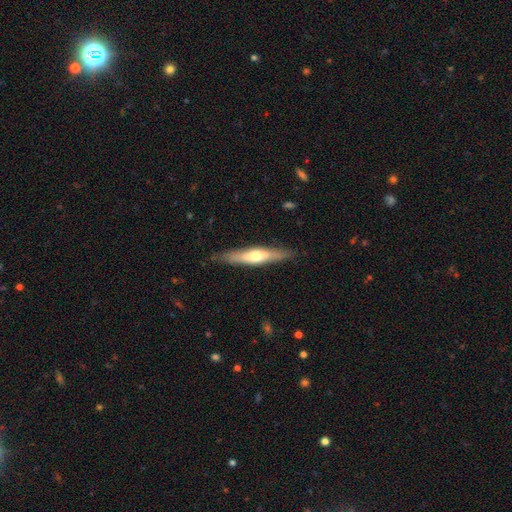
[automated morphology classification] This appears to be a featured or disk galaxy (50%). Merging: none (86%).